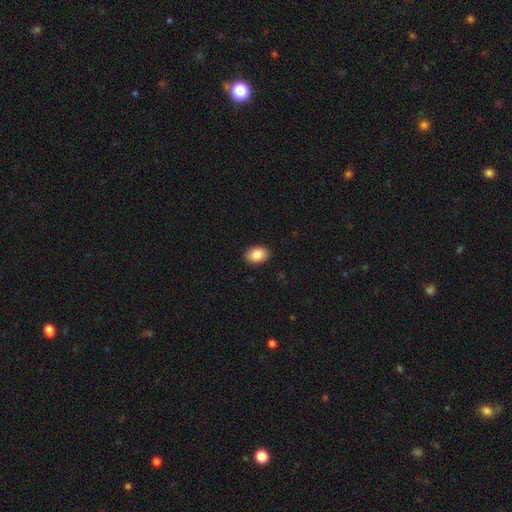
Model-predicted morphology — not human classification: smooth_or_featured: smooth (p=0.86) [alt: star or artifact p=0.08]
how_rounded: in between (p=0.79) [alt: round p=0.20]
merging: none (p=0.90) [alt: minor disturbance p=0.07]